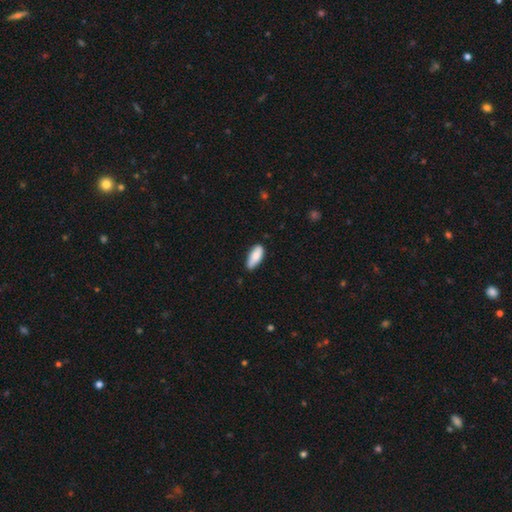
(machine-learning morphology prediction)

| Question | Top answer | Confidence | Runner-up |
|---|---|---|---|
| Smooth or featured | smooth | 83% | featured or disk (11%) |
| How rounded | in between | 79% | cigar-shaped (19%) |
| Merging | none | 75% | minor disturbance (21%) |